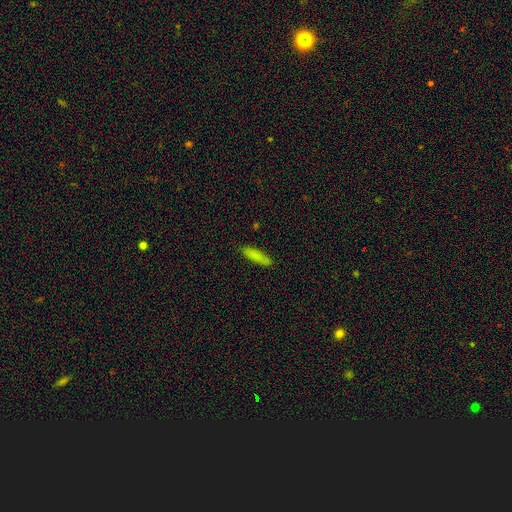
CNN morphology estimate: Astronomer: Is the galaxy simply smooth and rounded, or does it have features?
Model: smooth — 83%.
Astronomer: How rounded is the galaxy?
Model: cigar-shaped — 69%.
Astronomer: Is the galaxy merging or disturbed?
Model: none — 85%.